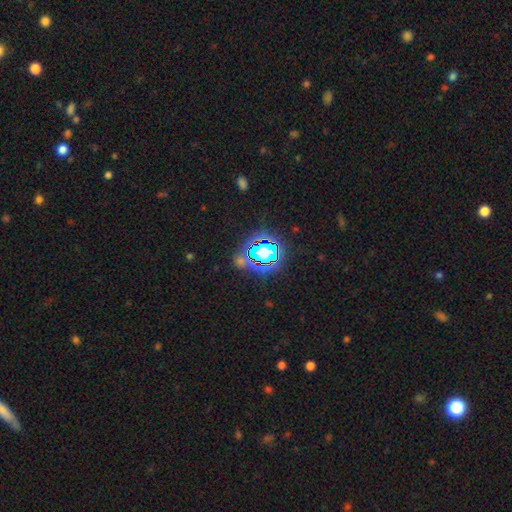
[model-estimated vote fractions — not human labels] This appears to be a star or artifact, not a galaxy (78%).